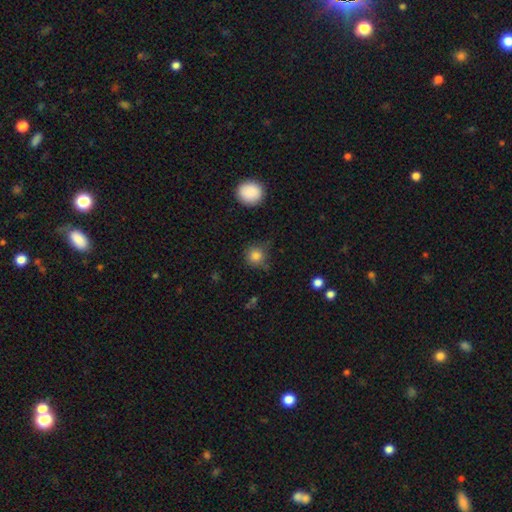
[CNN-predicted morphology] Smooth or featured: smooth — 84% (star or artifact — 11%)
How rounded: round — 92% (in between — 7%)
Merging: none — 72% (minor disturbance — 19%)